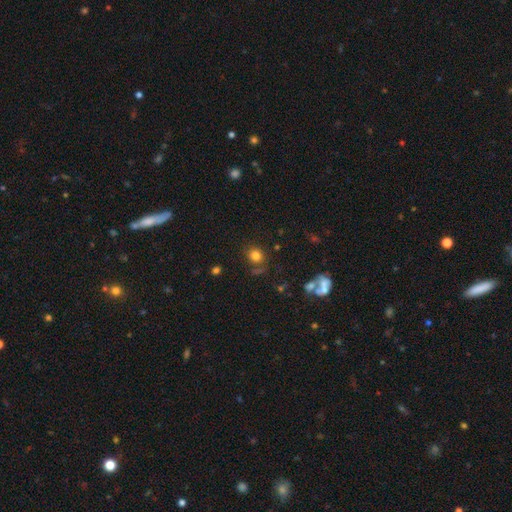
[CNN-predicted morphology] This appears to be a smooth galaxy with no disk features (79%) that is round (78%). Merging: none (72%).